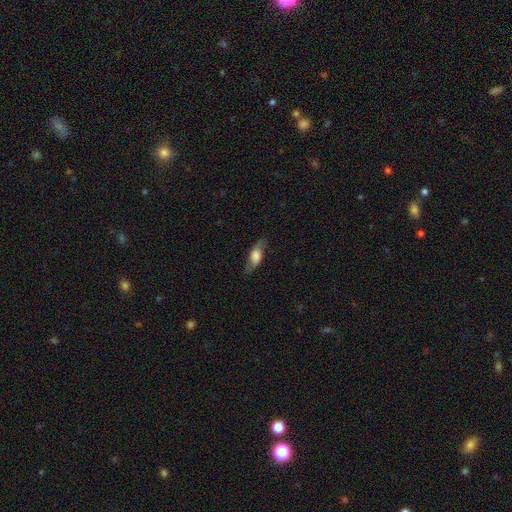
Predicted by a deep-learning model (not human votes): Smooth or featured: smooth — 55% (featured or disk — 38%)
How rounded: in between — 70% (cigar-shaped — 25%)
Merging: none — 76% (minor disturbance — 17%)